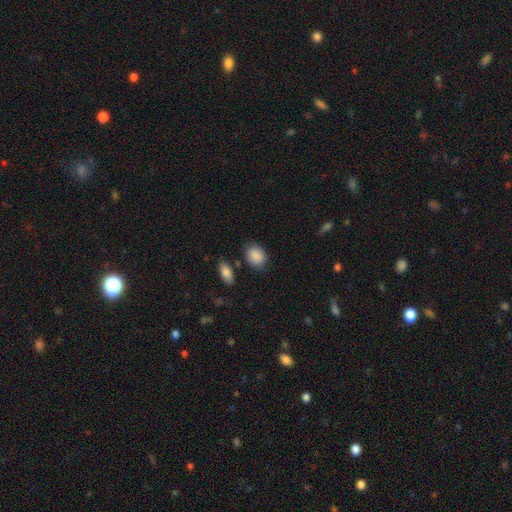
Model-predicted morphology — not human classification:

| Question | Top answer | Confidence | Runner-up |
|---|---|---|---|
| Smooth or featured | smooth | 88% | star or artifact (7%) |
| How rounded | in between | 65% | round (34%) |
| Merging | none | 75% | minor disturbance (17%) |